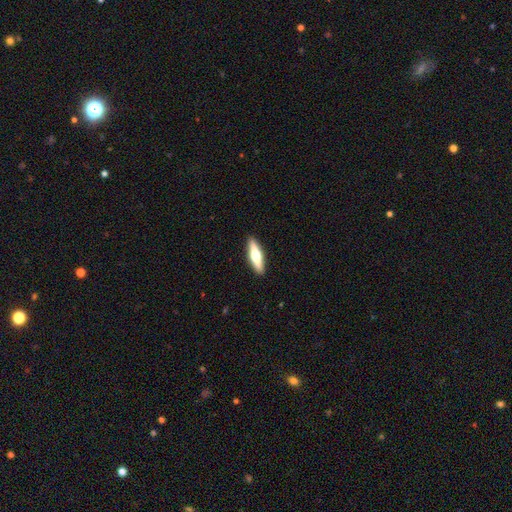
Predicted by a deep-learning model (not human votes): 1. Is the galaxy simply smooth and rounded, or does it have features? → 50% featured or disk, 45% smooth, 5% star or artifact.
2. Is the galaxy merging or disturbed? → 91% none, 6% minor disturbance, 1% major disturbance, 1% merger.